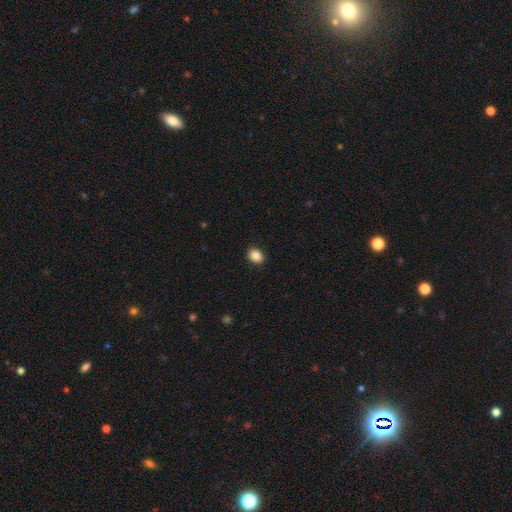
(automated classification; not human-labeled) Q: Smooth or featured?
A: smooth (87%); runner-up: star or artifact (9%)
Q: How rounded?
A: in between (54%); runner-up: round (45%)
Q: Merging?
A: none (90%); runner-up: minor disturbance (7%)